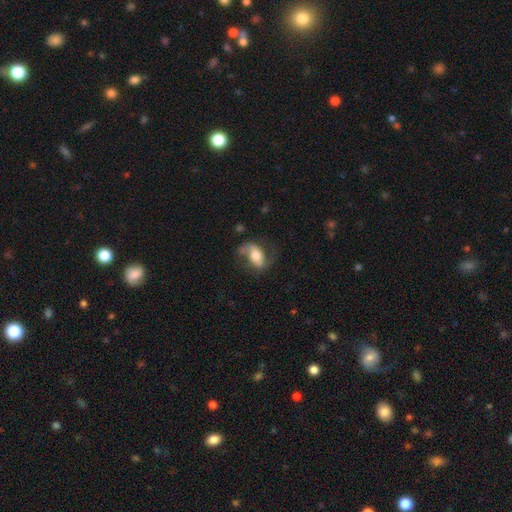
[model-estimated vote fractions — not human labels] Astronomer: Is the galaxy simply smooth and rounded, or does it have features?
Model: featured or disk — 63%.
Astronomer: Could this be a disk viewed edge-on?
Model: no — 95%.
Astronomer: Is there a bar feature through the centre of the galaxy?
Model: no — 42% (runner-up: weak, 33%).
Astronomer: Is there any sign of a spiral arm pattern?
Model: yes — 86%.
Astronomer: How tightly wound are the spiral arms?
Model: loose — 52% (runner-up: medium, 36%).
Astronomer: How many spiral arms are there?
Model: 2 — 86%.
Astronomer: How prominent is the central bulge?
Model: moderate — 60%.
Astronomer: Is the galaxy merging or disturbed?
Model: none — 60%.